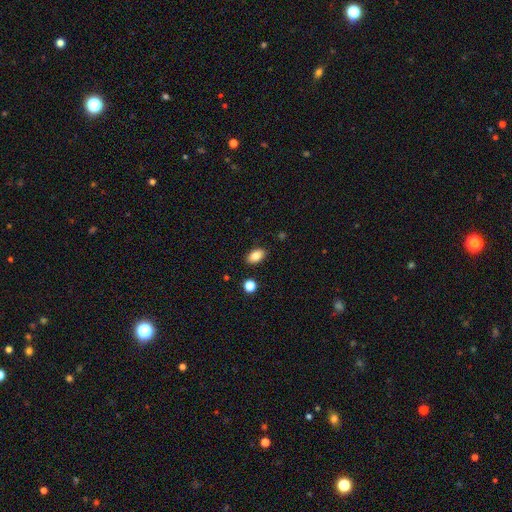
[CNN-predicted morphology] Overall: smooth (84%). How rounded: in between (90%). Merging: none (87%).